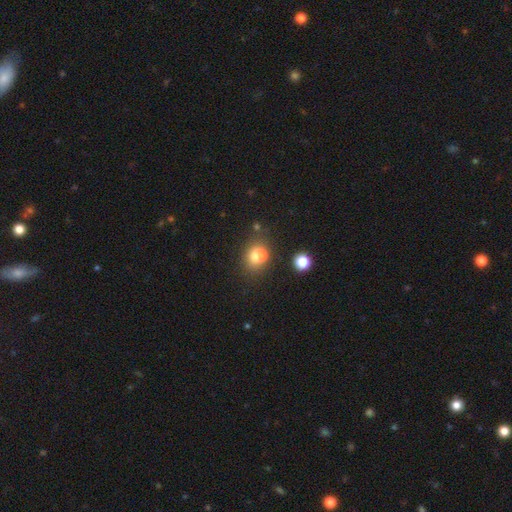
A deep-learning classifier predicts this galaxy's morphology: The model was most divided on "merging": merger: 46%, none: 38%, minor disturbance: 11%, major disturbance: 5%. More confident: smooth or featured — smooth (68%); how rounded — round (56%).